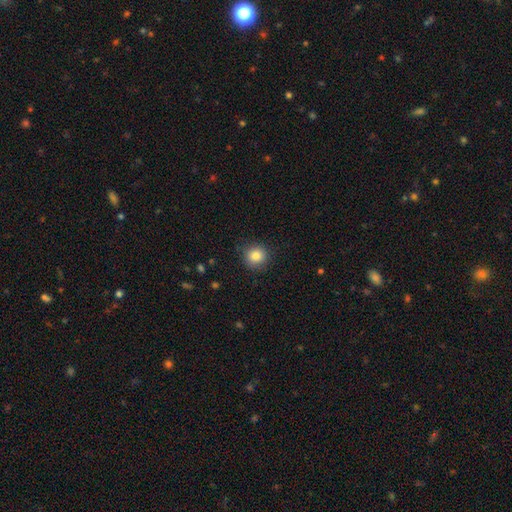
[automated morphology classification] Smooth or featured? smooth (83%)
How rounded? round (92%)
Merging? none (88%)